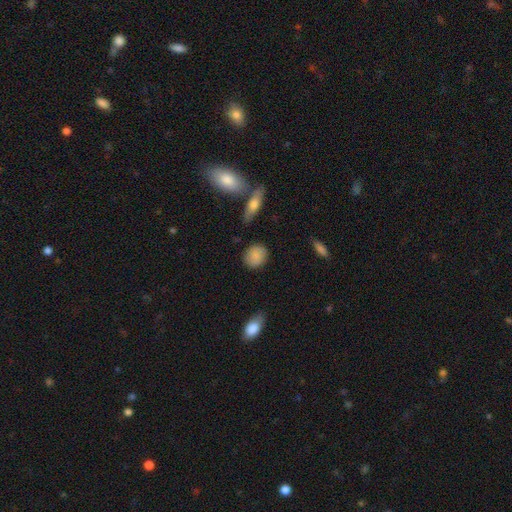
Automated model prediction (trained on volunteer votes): Smooth or featured? Predicted: smooth (p=0.83). How rounded? Predicted: round (p=0.72). Merging? Predicted: none (p=0.84).